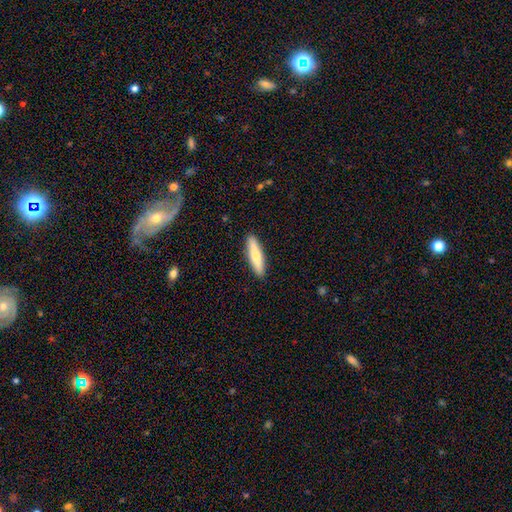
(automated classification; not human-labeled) smooth-or-featured: smooth: 65% | featured or disk: 30% | star or artifact: 5%
  how-rounded: cigar-shaped: 80% | in between: 19% | round: 2%
  merging: none: 91% | minor disturbance: 7% | major disturbance: 1% | merger: 1%